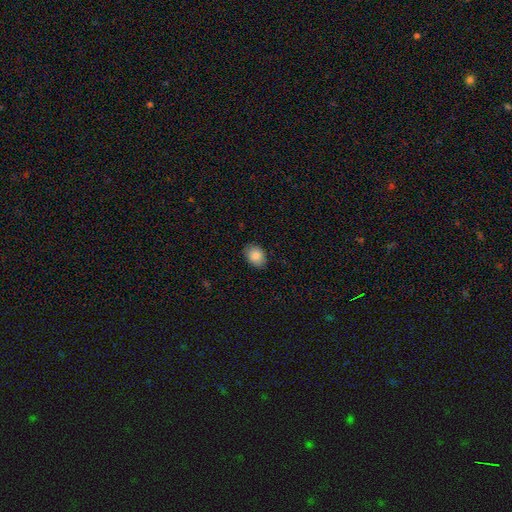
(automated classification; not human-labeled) Smooth or featured: smooth — 87% (star or artifact — 8%)
How rounded: in between — 68% (round — 31%)
Merging: none — 85% (minor disturbance — 11%)